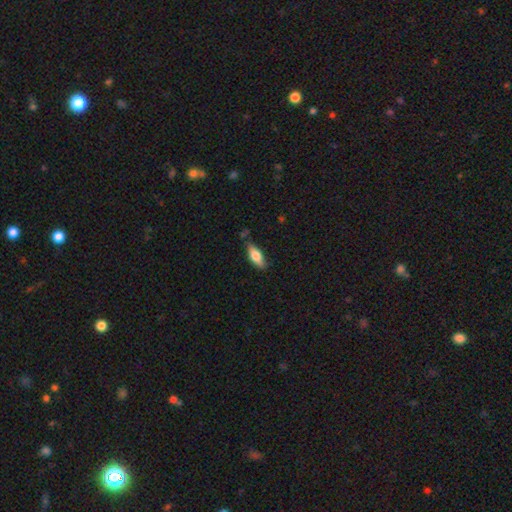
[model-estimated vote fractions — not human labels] Smooth or featured? Predicted: smooth (p=0.68). How rounded? Predicted: in between (p=0.70). Merging? Predicted: none (p=0.72).